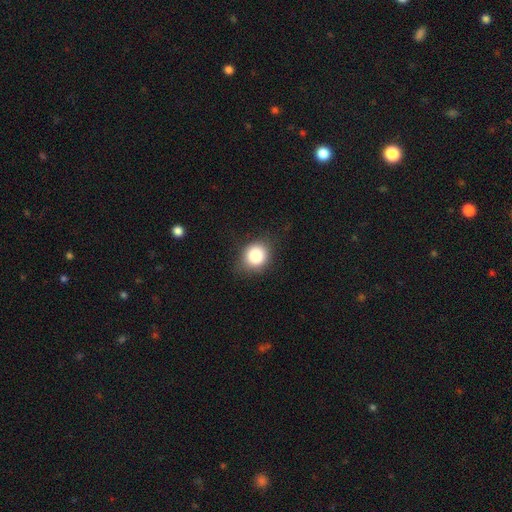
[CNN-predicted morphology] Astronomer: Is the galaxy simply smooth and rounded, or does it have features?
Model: smooth — 84%.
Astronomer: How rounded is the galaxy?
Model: round — 76%.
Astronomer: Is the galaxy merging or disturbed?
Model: none — 79%.